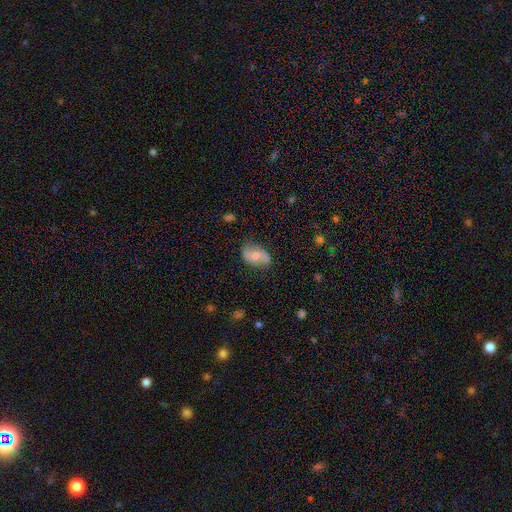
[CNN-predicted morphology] The model was most divided on "smooth or featured": featured or disk: 47%, smooth: 45%, star or artifact: 8%. More confident: merging — none (72%).